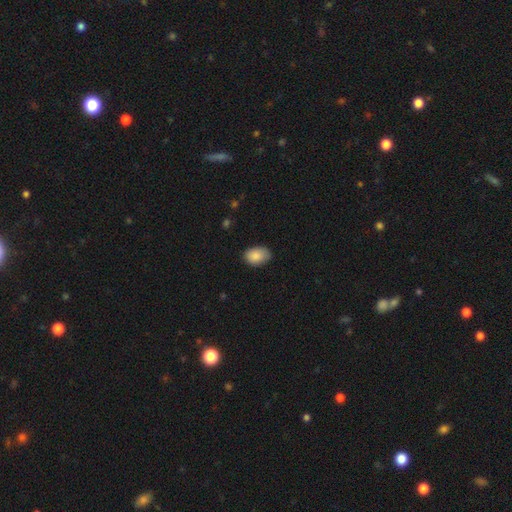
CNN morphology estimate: Q: Smooth or featured?
A: smooth (87%); runner-up: star or artifact (7%)
Q: How rounded?
A: in between (85%); runner-up: round (14%)
Q: Merging?
A: none (77%); runner-up: minor disturbance (19%)